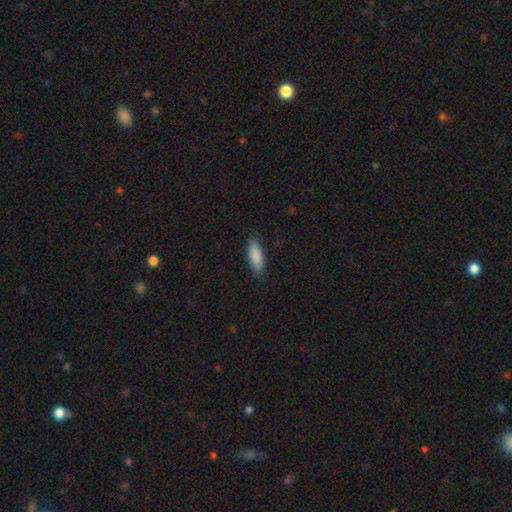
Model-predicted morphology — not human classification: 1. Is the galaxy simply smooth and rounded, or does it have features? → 87% smooth, 7% featured or disk, 6% star or artifact.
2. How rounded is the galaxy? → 61% in between, 38% cigar-shaped, 2% round.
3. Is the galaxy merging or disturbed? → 84% none, 12% minor disturbance, 2% major disturbance, 1% merger.